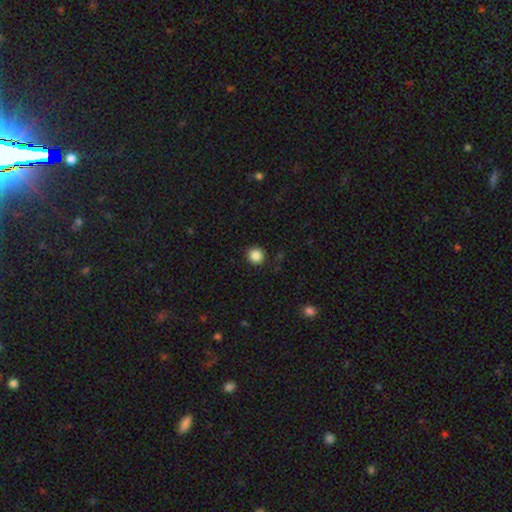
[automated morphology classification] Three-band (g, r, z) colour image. It shows a smooth galaxy with no disk features (86%) that is round (91%). Merging: none (91%).